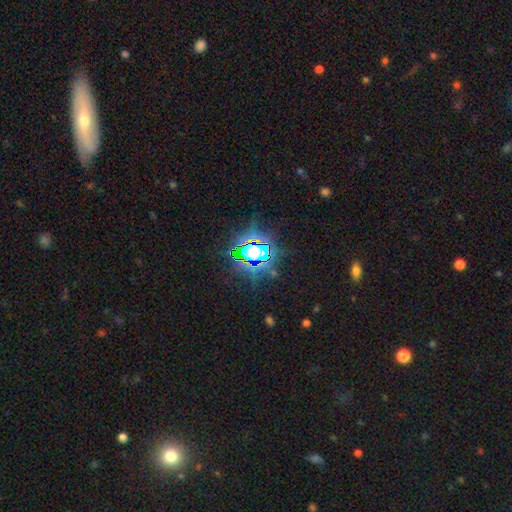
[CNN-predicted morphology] type=star or artifact (76%).